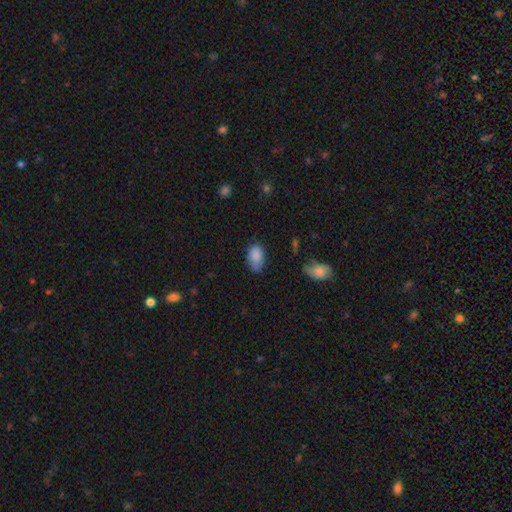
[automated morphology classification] Smooth or featured?
  - smooth: 86% *
  - star or artifact: 8%
  - featured or disk: 6%
How rounded?
  - in between: 91% *
  - round: 7%
  - cigar-shaped: 1%
Merging?
  - none: 62% *
  - minor disturbance: 29%
  - major disturbance: 6%
  - merger: 2%